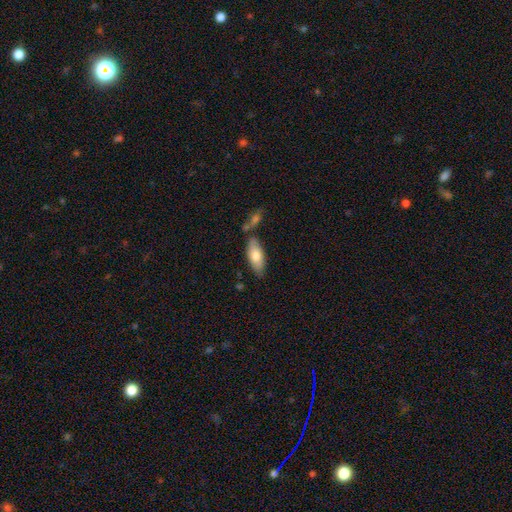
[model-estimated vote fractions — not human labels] This is likely a smooth galaxy (73%). How rounded: clearly in between (82%). Merging: likely none (69%).